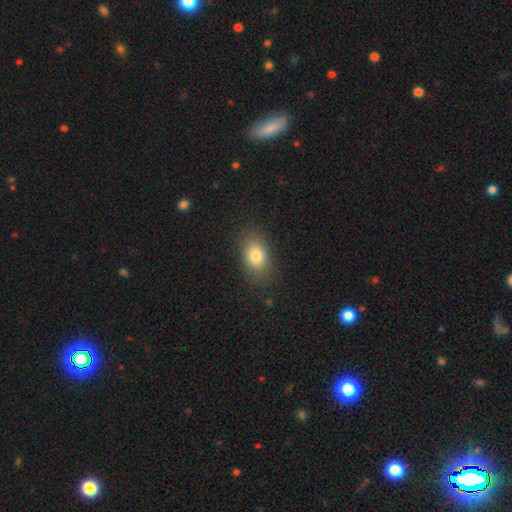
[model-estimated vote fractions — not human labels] The model was most divided on "how rounded": in between: 79%, round: 19%, cigar-shaped: 2%. More confident: merging — none (85%); smooth or featured — smooth (80%).